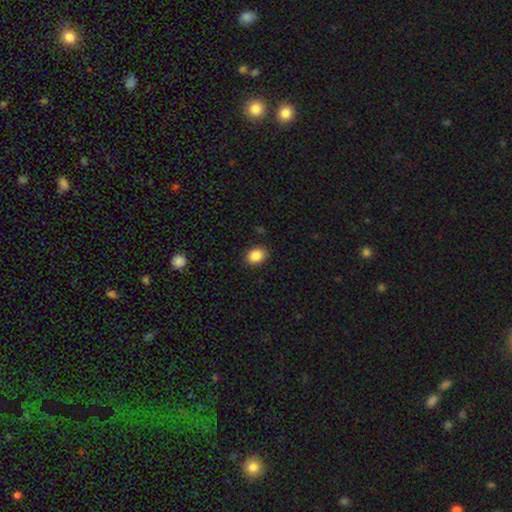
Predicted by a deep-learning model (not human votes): This is clearly a smooth galaxy (87%). How rounded: possibly in between (56%). Merging: clearly none (88%).